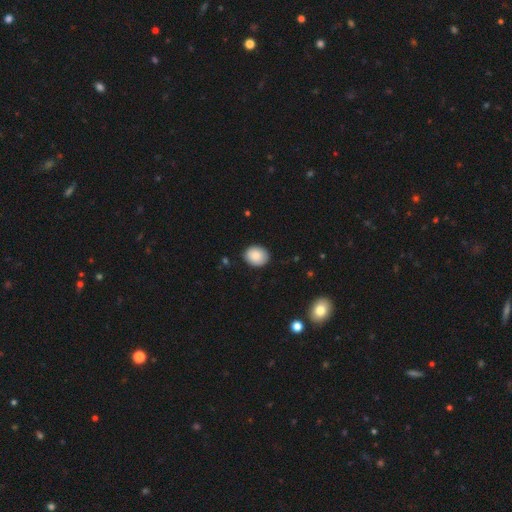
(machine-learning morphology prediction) This appears to be a smooth galaxy with no disk features (86%) that is round (56%). Merging: none (86%).